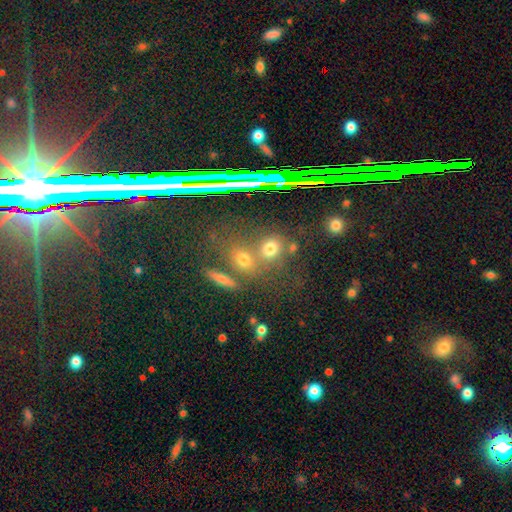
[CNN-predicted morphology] Q: Smooth or featured?
A: star or artifact (64%); runner-up: smooth (22%)